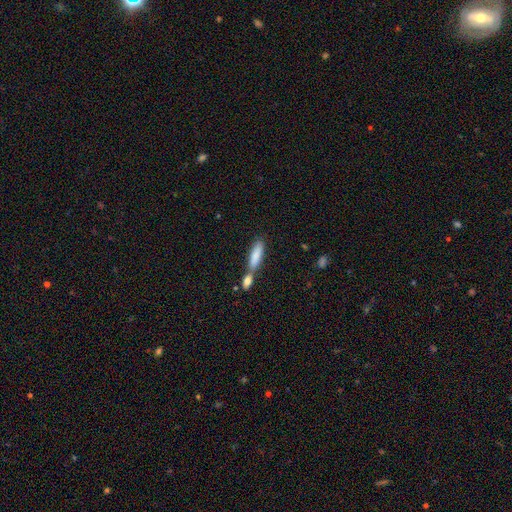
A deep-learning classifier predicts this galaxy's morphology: smooth-or-featured: smooth: 81% | featured or disk: 13% | star or artifact: 6%
  how-rounded: cigar-shaped: 57% | in between: 41% | round: 2%
  merging: merger: 54% | none: 33% | minor disturbance: 9% | major disturbance: 4%